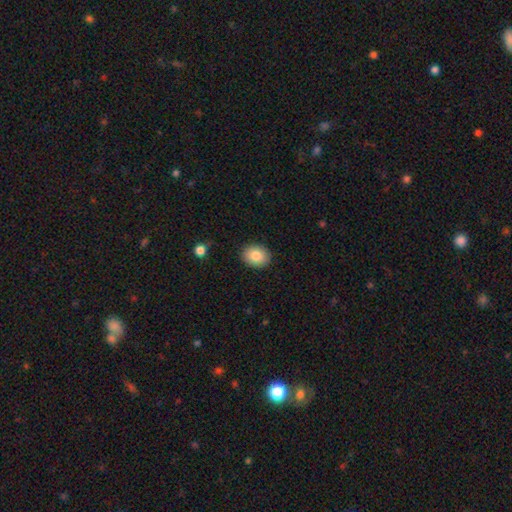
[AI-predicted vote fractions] A smooth galaxy with no disk features (84%) that is in between round and cigar-shaped (53%). Merging: none (89%).